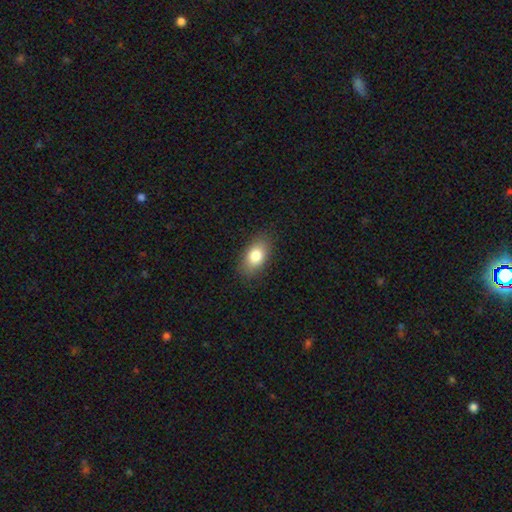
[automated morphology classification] smooth-or-featured: smooth: 82% | featured or disk: 10% | star or artifact: 8%
  how-rounded: in between: 89% | round: 8% | cigar-shaped: 3%
  merging: none: 85% | minor disturbance: 11% | major disturbance: 3% | merger: 1%